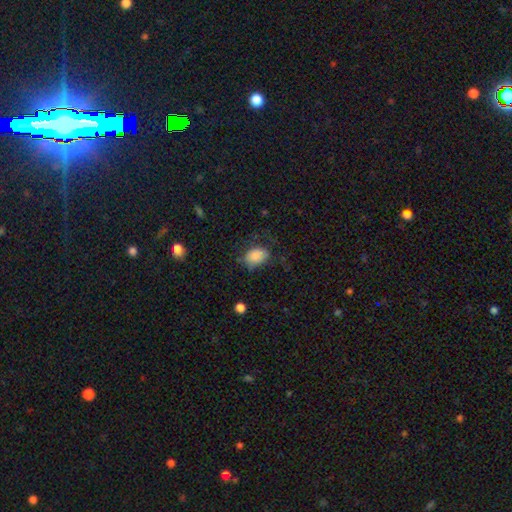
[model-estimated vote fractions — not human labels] Overall: smooth (83%). How rounded: in between (80%). Merging: none (55%; minor disturbance 28%).